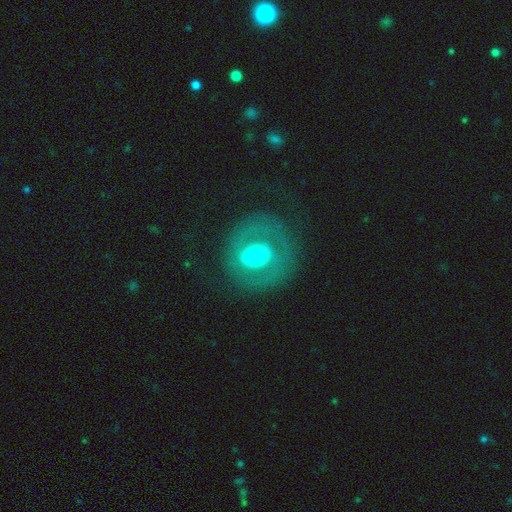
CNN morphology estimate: smooth_or_featured: featured or disk (p=0.57) [alt: smooth p=0.36]
disk_edge_on: no (p=0.96) [alt: yes p=0.04]
bar: no (p=0.83) [alt: weak p=0.13]
has_spiral_arms: no (p=0.75) [alt: yes p=0.25]
bulge_size: moderate (p=0.69) [alt: small p=0.16]
merging: none (p=0.72) [alt: minor disturbance p=0.14]